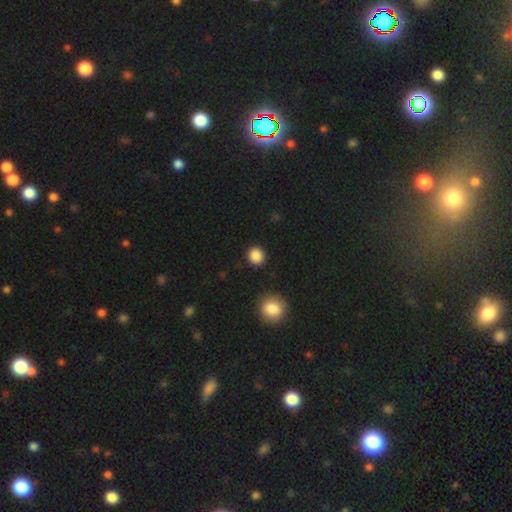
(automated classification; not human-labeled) Smooth or featured: smooth — 87% (star or artifact — 10%)
How rounded: round — 87% (in between — 12%)
Merging: none — 90% (minor disturbance — 6%)